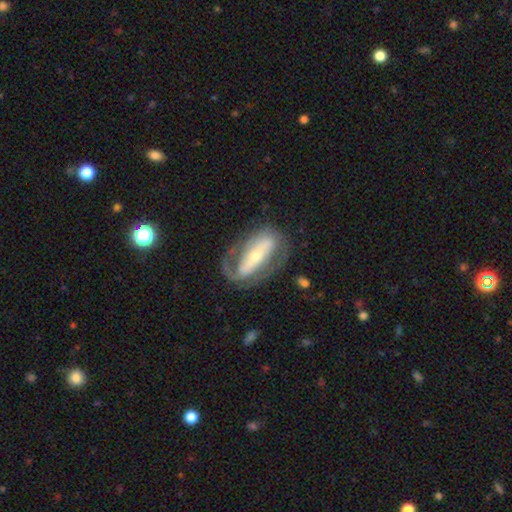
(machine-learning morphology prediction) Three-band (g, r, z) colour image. It shows a featured or disk galaxy (79%) with a strong bar (68%), 2 (72%) medium (39%) spiral arms (78%) and a small central bulge (48%). Merging: none (67%).